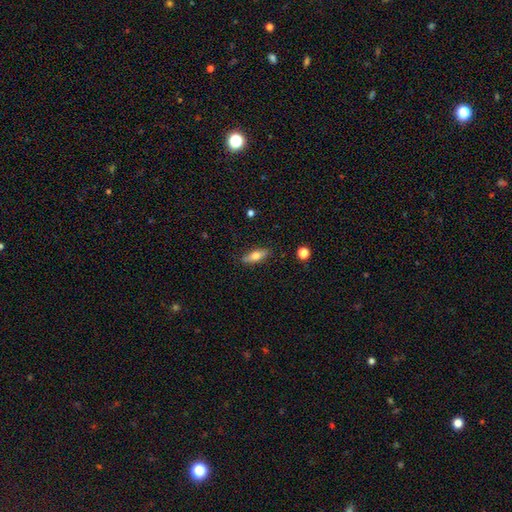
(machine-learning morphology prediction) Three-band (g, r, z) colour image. It shows a smooth galaxy with no disk features (67%) that is in between round and cigar-shaped (61%). Merging: none (87%).